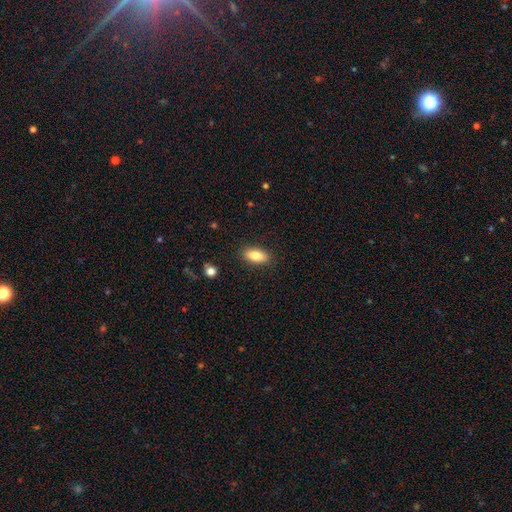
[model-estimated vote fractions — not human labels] Overall: smooth (81%). How rounded: in between (85%). Merging: none (88%).